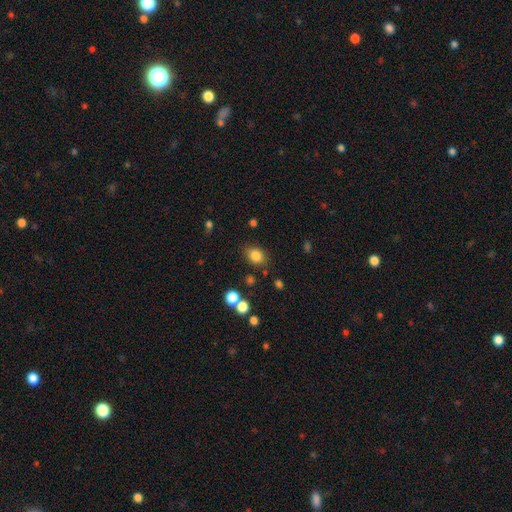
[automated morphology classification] Smooth or featured?
  - smooth: 83% *
  - star or artifact: 11%
  - featured or disk: 6%
How rounded?
  - in between: 55% *
  - round: 44%
  - cigar-shaped: 1%
Merging?
  - none: 78% *
  - minor disturbance: 14%
  - major disturbance: 4%
  - merger: 4%